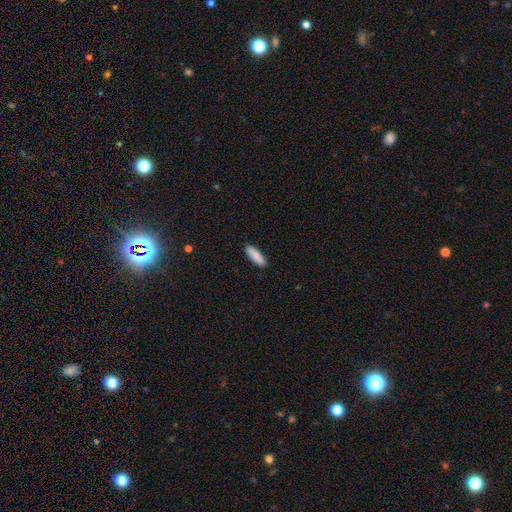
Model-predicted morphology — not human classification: Smooth or featured? smooth (88%)
How rounded? cigar-shaped (61%)
Merging? none (89%)